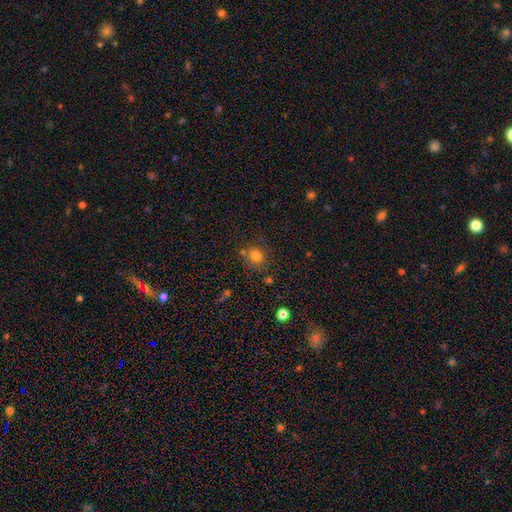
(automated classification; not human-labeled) Smooth or featured? Predicted: smooth (p=0.79). How rounded? Predicted: round (p=0.86). Merging? Predicted: none (p=0.73).